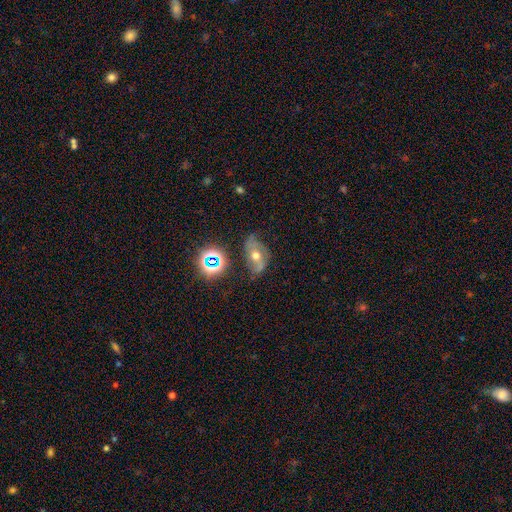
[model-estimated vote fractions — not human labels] A featured or disk galaxy (57%) with no bar (66%), spiral arms (78%) and a moderate central bulge (74%).

Vote fractions:
- Smooth or featured? featured or disk: 57% / smooth: 24% / star or artifact: 19%
- Edge-on disk? no: 93% / yes: 7%
- Bar? no: 66% / weak: 24% / strong: 10%
- Spiral arms? yes: 78% / no: 22%
- Bulge size? moderate: 74% / small: 15% / large: 8% / none: 2% / dominant: 1%
- Merging? none: 52% / minor disturbance: 30% / major disturbance: 15% / merger: 3%